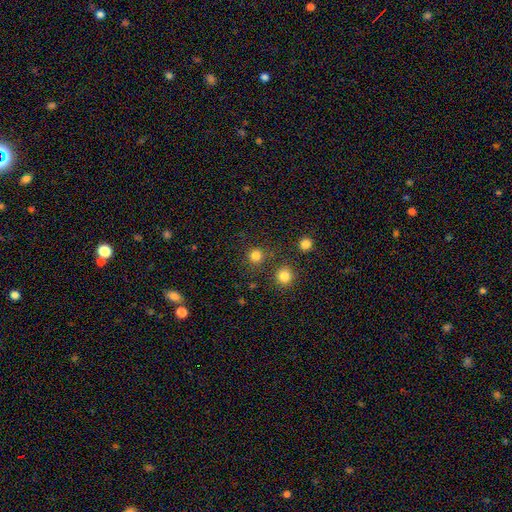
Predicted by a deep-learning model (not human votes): A smooth galaxy with no disk features (82%) that is round (93%).

Vote fractions:
- Smooth or featured? smooth: 82% / star or artifact: 15% / featured or disk: 4%
- How rounded? round: 93% / in between: 6% / cigar-shaped: 1%
- Merging? none: 82% / merger: 8% / minor disturbance: 7% / major disturbance: 3%